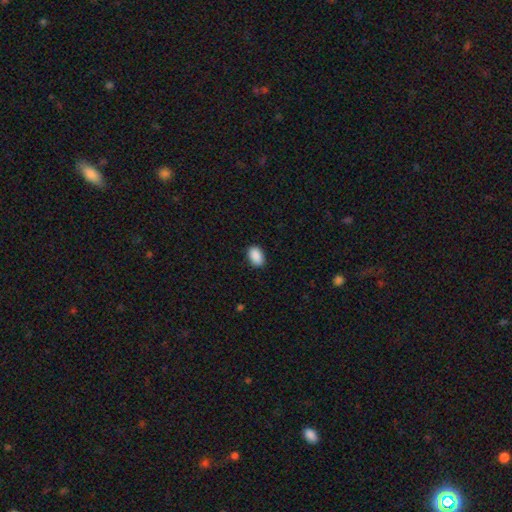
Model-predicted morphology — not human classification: Smooth or featured?
  - smooth: 91% *
  - star or artifact: 7%
  - featured or disk: 2%
How rounded?
  - in between: 90% *
  - round: 9%
  - cigar-shaped: 1%
Merging?
  - none: 88% *
  - minor disturbance: 9%
  - major disturbance: 2%
  - merger: 1%